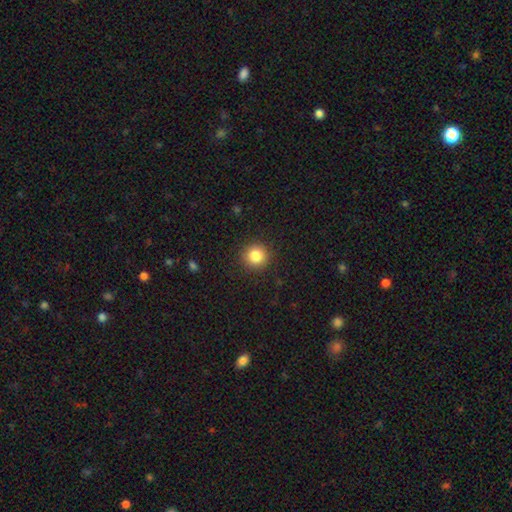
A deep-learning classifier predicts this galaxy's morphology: Q: Smooth or featured?
A: smooth (84%); runner-up: star or artifact (10%)
Q: How rounded?
A: round (94%); runner-up: in between (5%)
Q: Merging?
A: none (91%); runner-up: minor disturbance (6%)